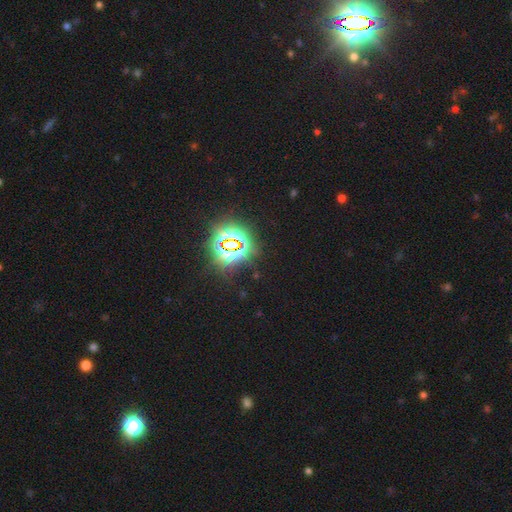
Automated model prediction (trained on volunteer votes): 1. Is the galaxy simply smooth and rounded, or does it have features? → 77% star or artifact, 17% smooth, 6% featured or disk.